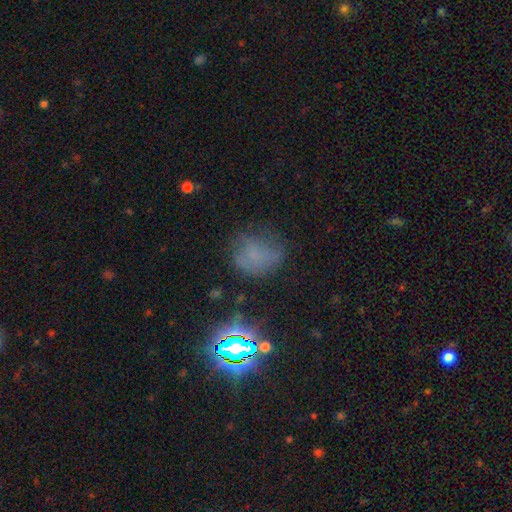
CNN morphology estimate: Overall: smooth (48%; star or artifact 29%). Merging: none (53%; minor disturbance 26%).